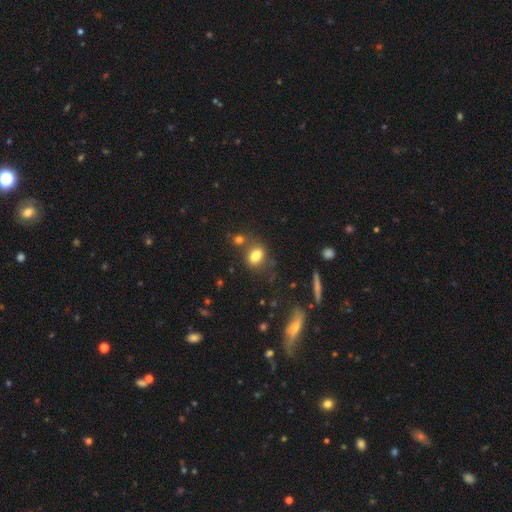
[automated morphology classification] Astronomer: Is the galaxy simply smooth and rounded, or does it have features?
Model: smooth — 81%.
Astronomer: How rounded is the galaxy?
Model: in between — 70%.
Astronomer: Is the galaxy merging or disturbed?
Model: none — 64%.